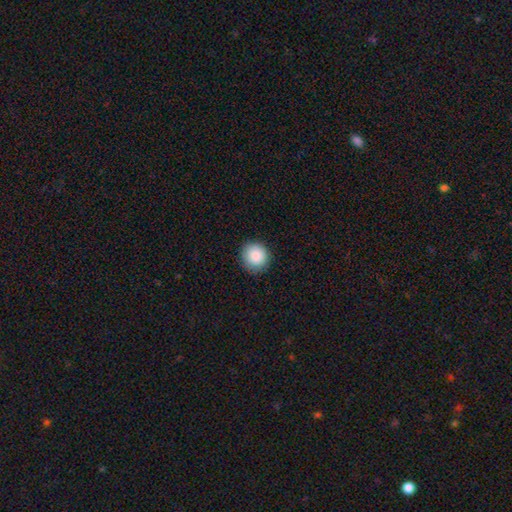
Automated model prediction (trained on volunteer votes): This is clearly a smooth galaxy (87%). How rounded: clearly round (92%). Merging: clearly none (89%).